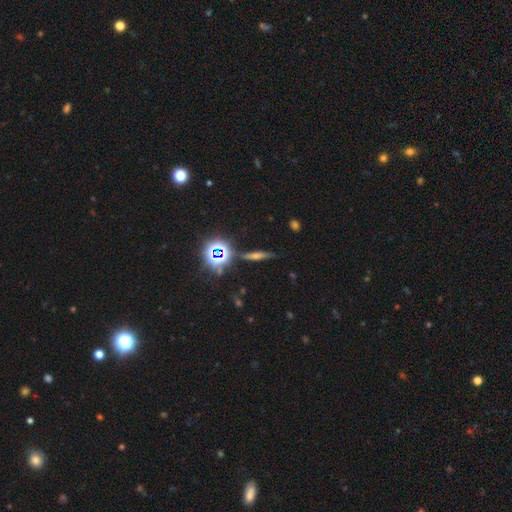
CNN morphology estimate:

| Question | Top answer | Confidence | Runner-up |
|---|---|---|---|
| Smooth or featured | featured or disk | 39% | smooth (32%) |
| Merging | none | 83% | minor disturbance (10%) |